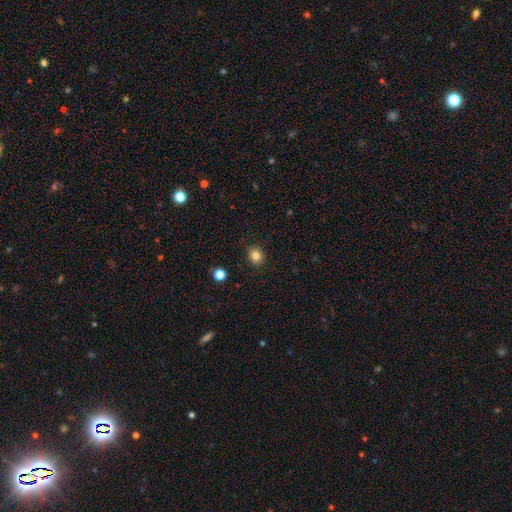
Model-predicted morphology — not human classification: Smooth or featured? Predicted: smooth (p=0.82). How rounded? Predicted: round (p=0.63). Merging? Predicted: none (p=0.89).